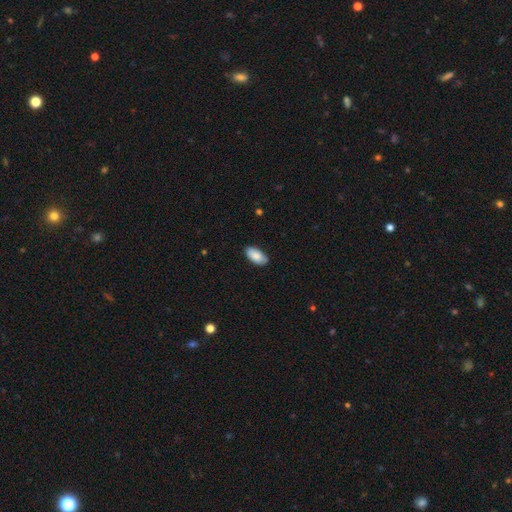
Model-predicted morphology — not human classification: The model was most divided on "merging": none: 85%, minor disturbance: 12%, major disturbance: 2%, merger: 1%. More confident: how rounded — in between (95%); smooth or featured — smooth (86%).